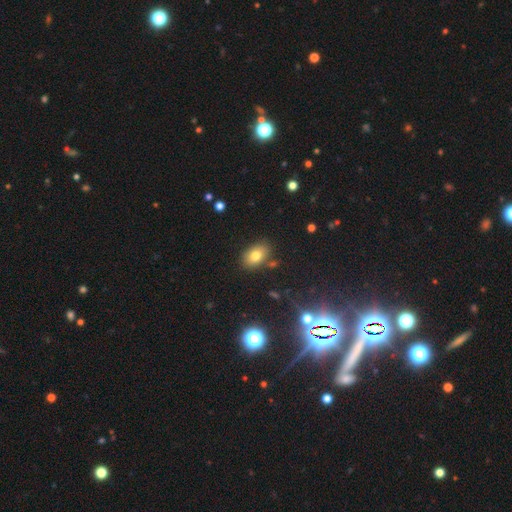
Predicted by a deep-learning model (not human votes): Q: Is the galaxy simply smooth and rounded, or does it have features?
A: smooth — 76%.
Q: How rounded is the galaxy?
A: in between — 84%.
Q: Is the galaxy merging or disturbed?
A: none — 82%.